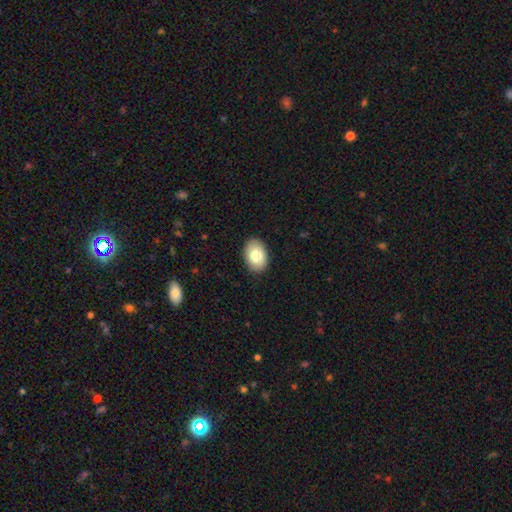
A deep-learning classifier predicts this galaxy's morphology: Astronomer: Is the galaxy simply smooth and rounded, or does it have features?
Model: smooth — 81%.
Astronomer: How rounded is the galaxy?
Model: in between — 86%.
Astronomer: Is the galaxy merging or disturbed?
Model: none — 89%.